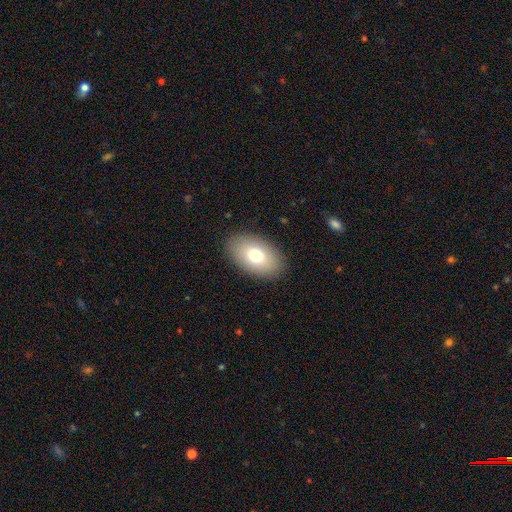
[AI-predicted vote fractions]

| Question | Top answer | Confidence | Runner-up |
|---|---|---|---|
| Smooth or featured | smooth | 75% | featured or disk (16%) |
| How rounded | in between | 92% | round (7%) |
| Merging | none | 88% | minor disturbance (9%) |